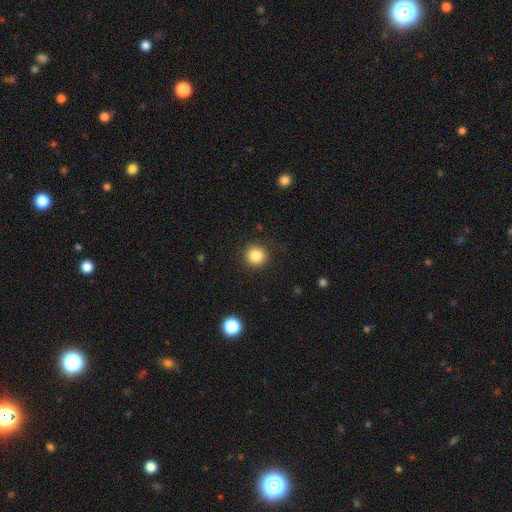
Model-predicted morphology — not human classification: Smooth or featured?
  - smooth: 85% *
  - star or artifact: 11%
  - featured or disk: 4%
How rounded?
  - round: 94% *
  - in between: 5%
  - cigar-shaped: 1%
Merging?
  - none: 91% *
  - minor disturbance: 6%
  - major disturbance: 2%
  - merger: 1%